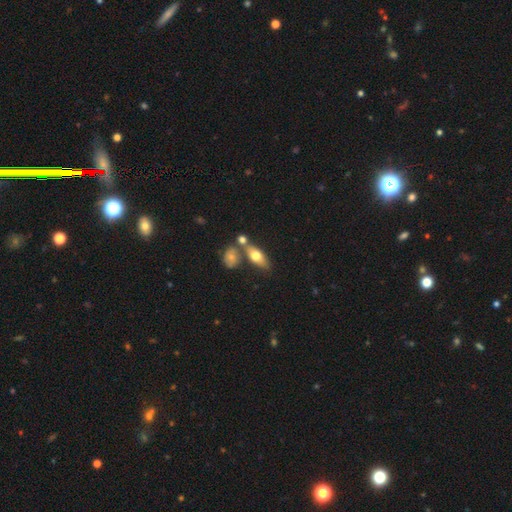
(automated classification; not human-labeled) Overall: smooth (62%; featured or disk 30%). How rounded: in between (72%). Merging: none (56%; merger 28%).